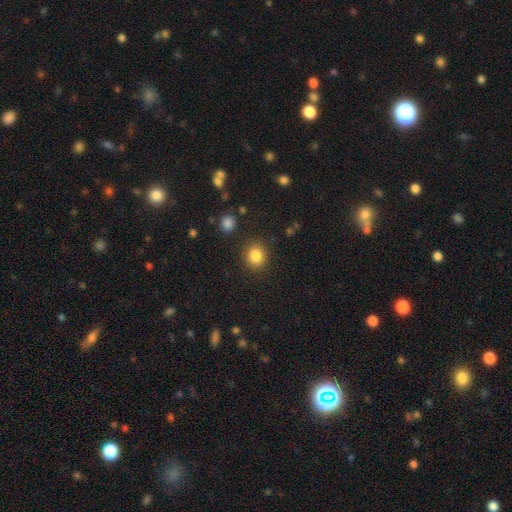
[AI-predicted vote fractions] The model was most divided on "how rounded": round: 78%, in between: 22%, cigar-shaped: 1%. More confident: merging — none (88%); smooth or featured — smooth (85%).